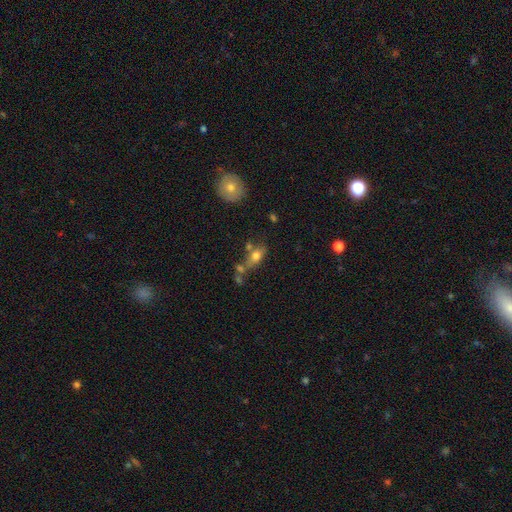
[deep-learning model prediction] The model was most divided on "merging": none: 45%, merger: 30%, minor disturbance: 17%, major disturbance: 8%. More confident: how rounded — in between (77%); smooth or featured — smooth (70%).